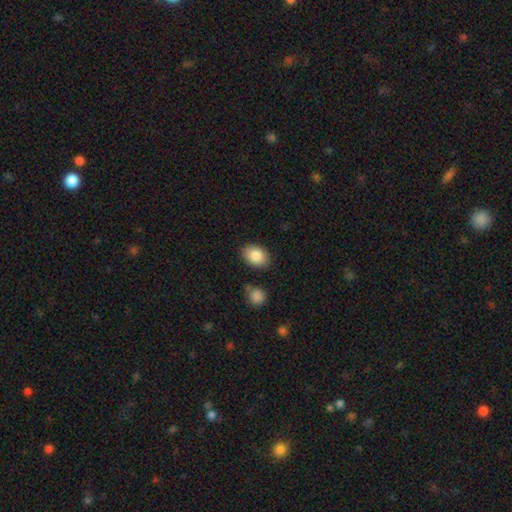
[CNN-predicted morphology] This is clearly a smooth galaxy (86%). How rounded: likely in between (79%). Merging: clearly none (83%).